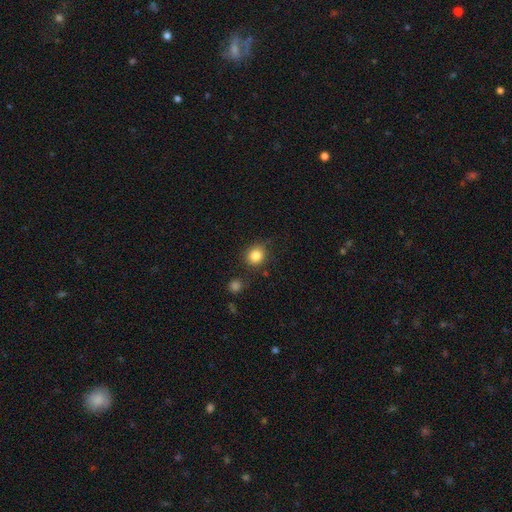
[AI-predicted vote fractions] Q: Smooth or featured?
A: smooth (84%); runner-up: star or artifact (10%)
Q: How rounded?
A: round (80%); runner-up: in between (19%)
Q: Merging?
A: none (81%); runner-up: minor disturbance (12%)